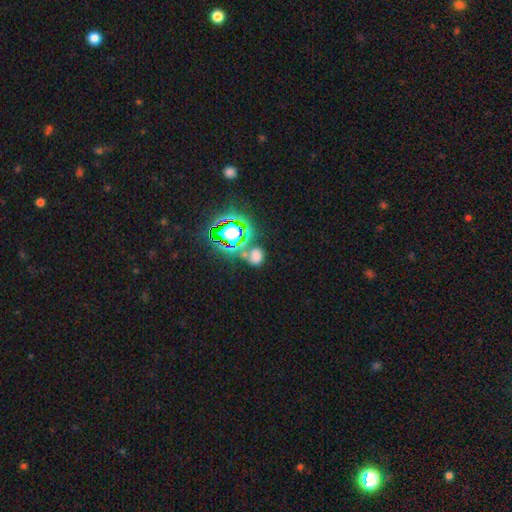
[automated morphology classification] Smooth or featured? Predicted: smooth (p=0.53). How rounded? Predicted: round (p=0.58). Merging? Predicted: none (p=0.51).